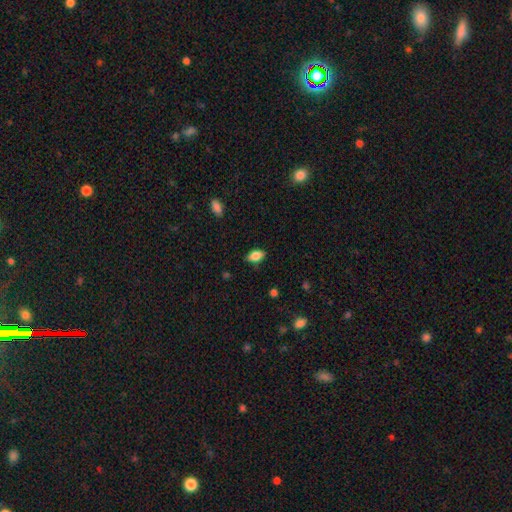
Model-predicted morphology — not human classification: Smooth or featured?
  - smooth: 82% *
  - featured or disk: 9%
  - star or artifact: 8%
How rounded?
  - in between: 89% *
  - round: 5%
  - cigar-shaped: 5%
Merging?
  - none: 82% *
  - minor disturbance: 14%
  - major disturbance: 3%
  - merger: 1%